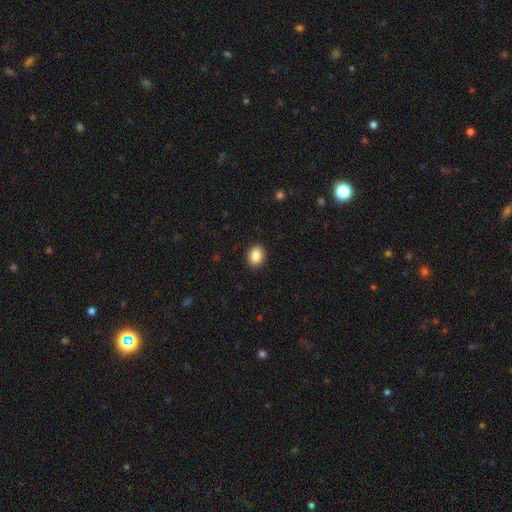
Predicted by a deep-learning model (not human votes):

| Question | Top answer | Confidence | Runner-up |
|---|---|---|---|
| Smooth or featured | smooth | 88% | star or artifact (8%) |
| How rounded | in between | 54% | round (45%) |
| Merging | none | 91% | minor disturbance (6%) |